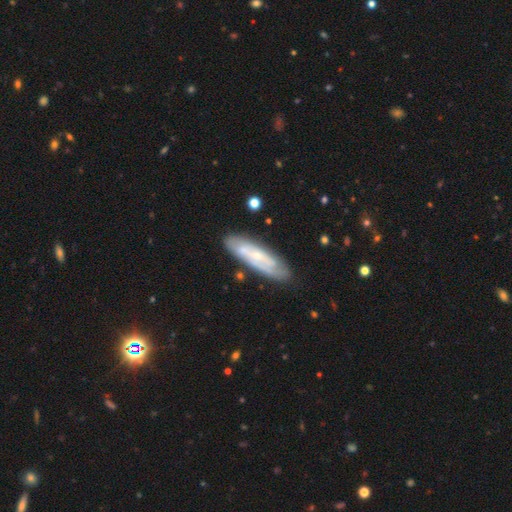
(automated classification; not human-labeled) featured or disk 67%, smooth 27%, star or artifact 6%. Down the decision tree: edge-on disk — no (76%); bar — no (64%); spiral arms — yes (77%); bulge size — small (73%); merging — none (80%).